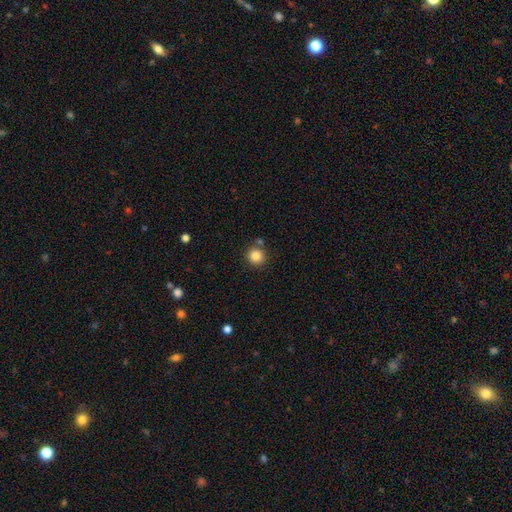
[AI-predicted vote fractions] Q: Smooth or featured?
A: smooth (85%); runner-up: star or artifact (10%)
Q: How rounded?
A: round (93%); runner-up: in between (6%)
Q: Merging?
A: none (80%); runner-up: merger (9%)